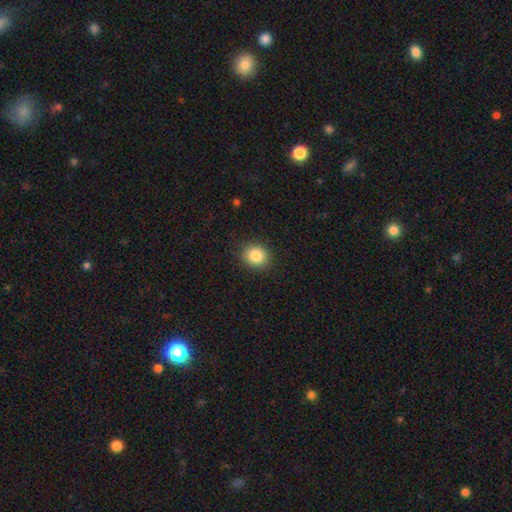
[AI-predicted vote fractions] smooth-or-featured: smooth: 85% | star or artifact: 10% | featured or disk: 6%
  how-rounded: round: 79% | in between: 20% | cigar-shaped: 1%
  merging: none: 90% | minor disturbance: 7% | major disturbance: 2% | merger: 1%